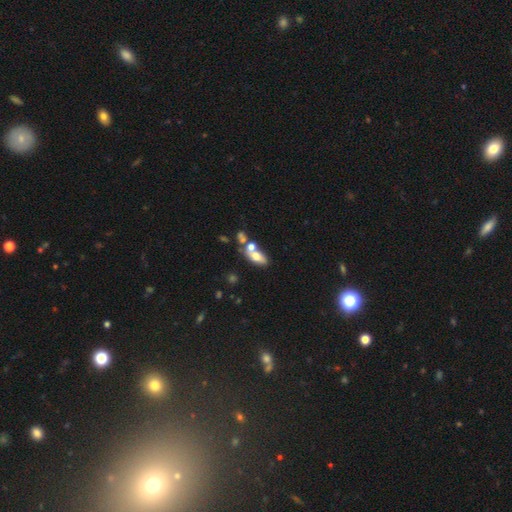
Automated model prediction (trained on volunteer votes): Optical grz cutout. It shows a smooth galaxy with no disk features (61%) that is in between round and cigar-shaped (77%). Merging: merger (45%).